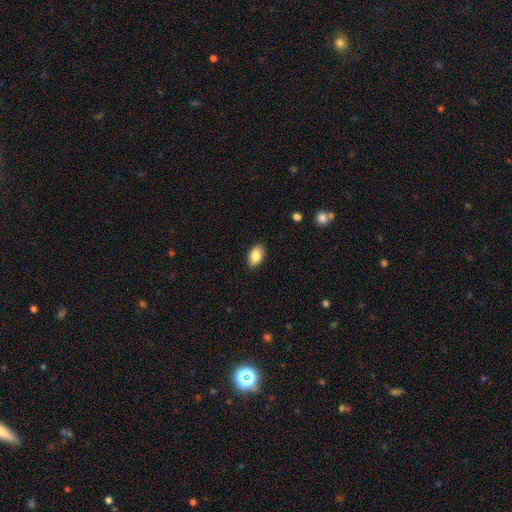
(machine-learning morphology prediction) This appears to be a smooth galaxy with no disk features (85%) that is in between round and cigar-shaped (91%). Merging: none (88%).